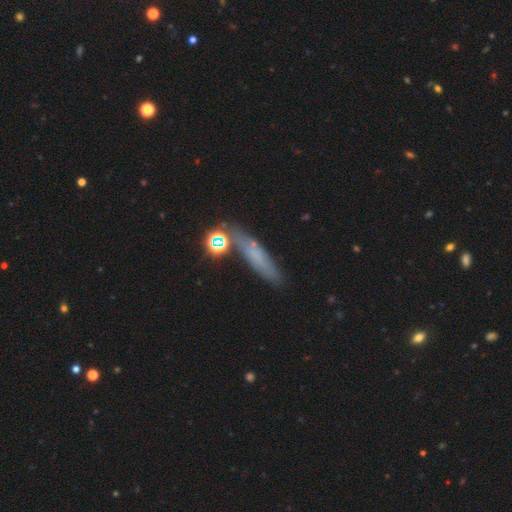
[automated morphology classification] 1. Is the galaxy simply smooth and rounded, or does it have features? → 55% smooth, 28% featured or disk, 17% star or artifact.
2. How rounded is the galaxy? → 76% cigar-shaped, 17% in between, 7% round.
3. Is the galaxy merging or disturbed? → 67% none, 17% minor disturbance, 9% merger, 7% major disturbance.